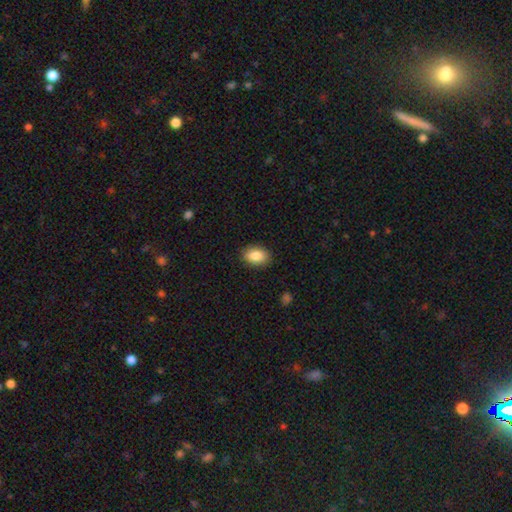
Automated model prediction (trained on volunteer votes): Overall: smooth (87%). How rounded: in between (84%). Merging: none (88%).